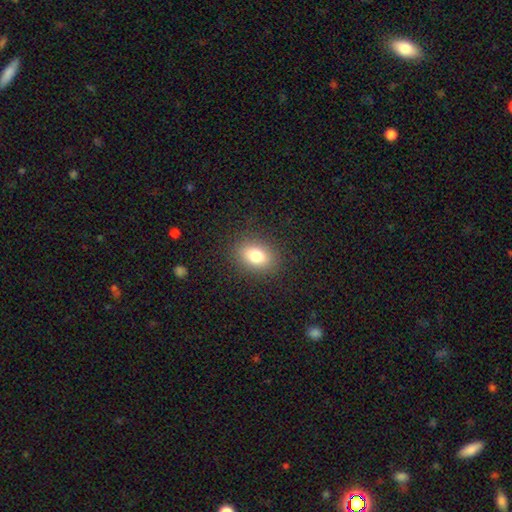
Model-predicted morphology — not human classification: A smooth galaxy with no disk features (80%) that is in between round and cigar-shaped (72%).

Vote fractions:
- Smooth or featured? smooth: 80% / star or artifact: 11% / featured or disk: 9%
- How rounded? in between: 72% / round: 27% / cigar-shaped: 1%
- Merging? none: 87% / minor disturbance: 9% / major disturbance: 3% / merger: 1%